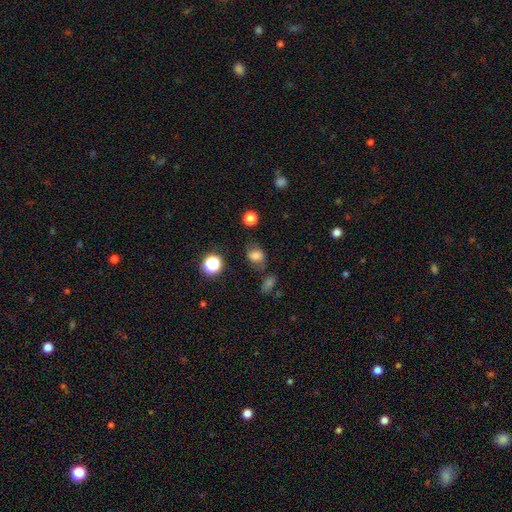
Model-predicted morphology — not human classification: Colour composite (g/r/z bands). It shows a smooth galaxy with no disk features (71%) that is in between round and cigar-shaped (53%). Merging: none (63%).